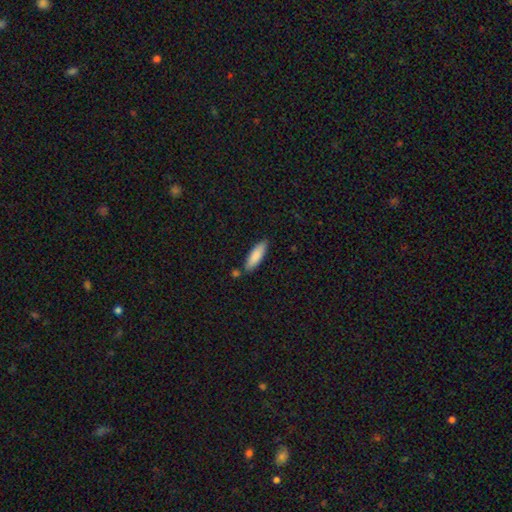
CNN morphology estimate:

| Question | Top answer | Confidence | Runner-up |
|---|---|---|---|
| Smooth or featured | smooth | 85% | featured or disk (9%) |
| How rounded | cigar-shaped | 56% | in between (42%) |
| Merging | none | 79% | minor disturbance (12%) |